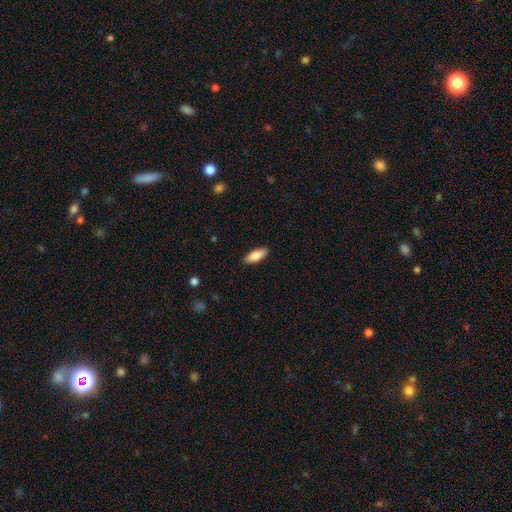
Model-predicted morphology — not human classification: Smooth or featured? smooth (83%)
How rounded? in between (72%)
Merging? none (89%)